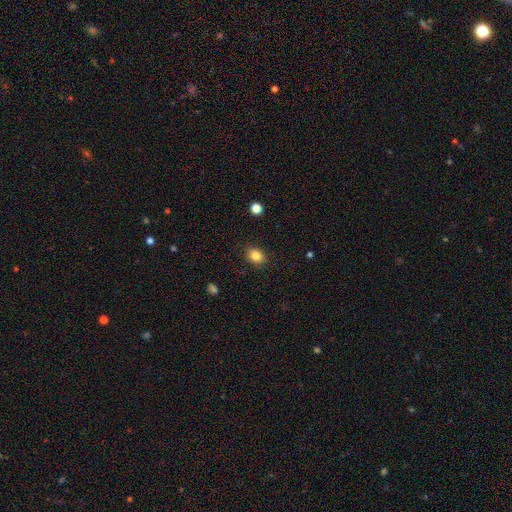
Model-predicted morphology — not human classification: This appears to be a smooth galaxy with no disk features (84%) that is in between round and cigar-shaped (51%). Merging: none (87%).